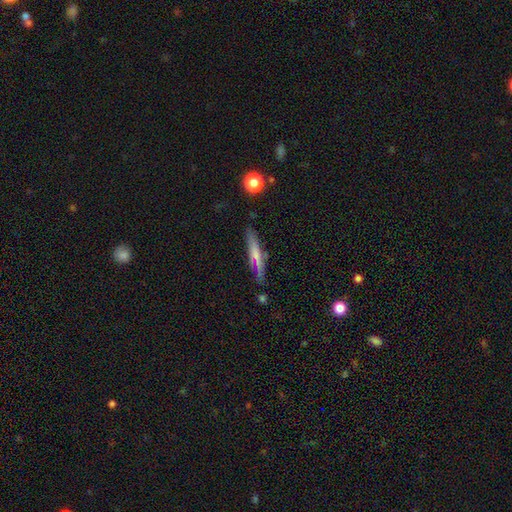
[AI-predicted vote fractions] A smooth galaxy with no disk features (51%) that is cigar-shaped (87%). Merging: none (80%).